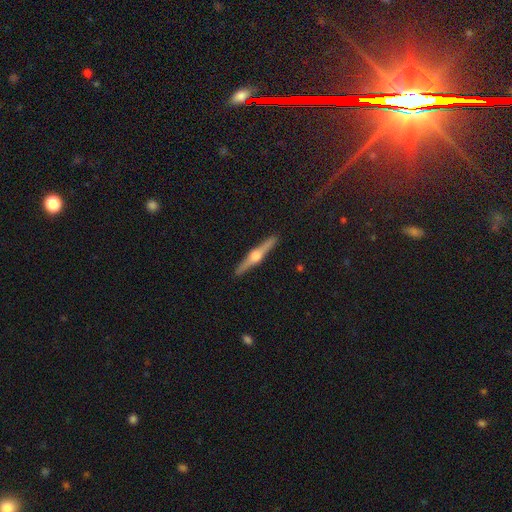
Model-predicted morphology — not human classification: This appears to be a featured or disk galaxy (80%) viewed edge-on (98%) with a rounded central bulge (94%). Merging: none (92%).